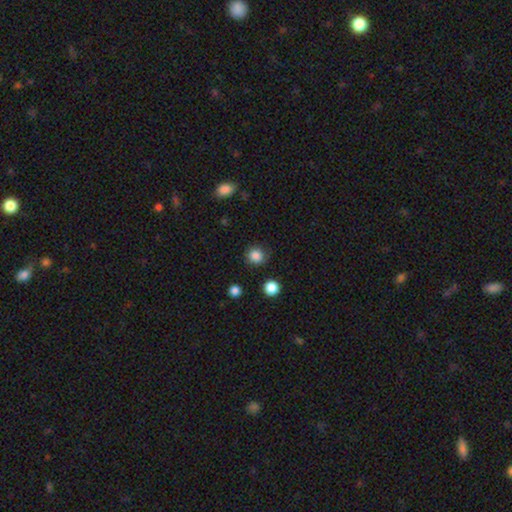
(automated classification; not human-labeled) smooth-or-featured: smooth: 85% | star or artifact: 11% | featured or disk: 4%
  how-rounded: round: 88% | in between: 11% | cigar-shaped: 1%
  merging: none: 86% | minor disturbance: 9% | major disturbance: 3% | merger: 2%